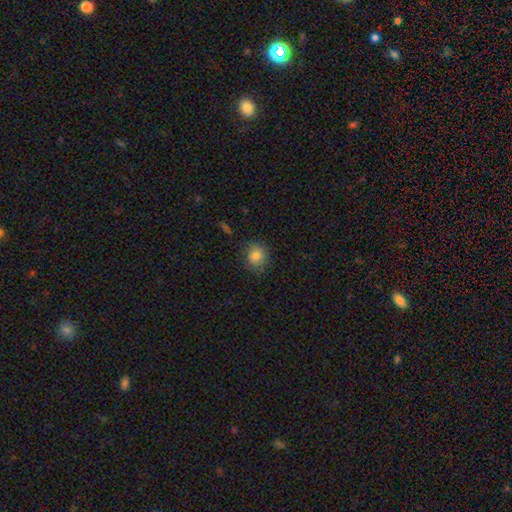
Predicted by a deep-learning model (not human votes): Smooth or featured? Predicted: smooth (p=0.82). How rounded? Predicted: round (p=0.77). Merging? Predicted: none (p=0.79).